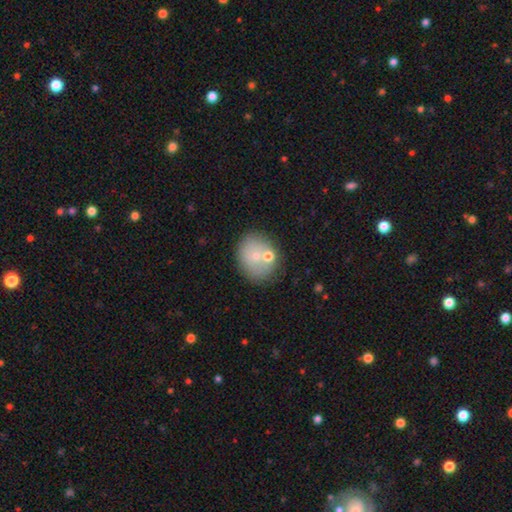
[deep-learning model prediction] Smooth or featured: smooth — 65% (featured or disk — 25%)
How rounded: round — 67% (in between — 32%)
Merging: none — 63% (merger — 18%)